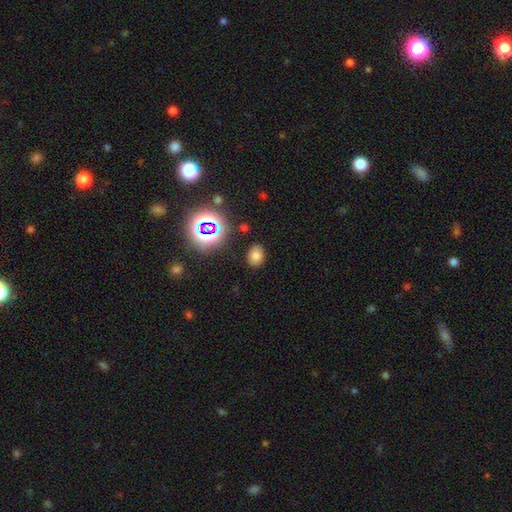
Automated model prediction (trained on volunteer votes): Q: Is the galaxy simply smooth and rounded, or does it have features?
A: smooth — 72%.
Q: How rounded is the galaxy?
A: in between — 68%.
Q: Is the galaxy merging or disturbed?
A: none — 83%.